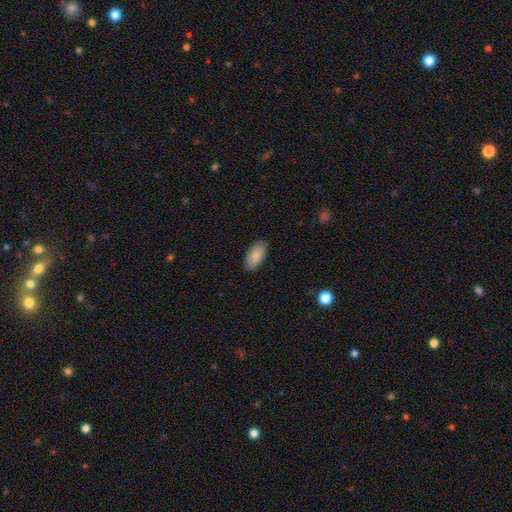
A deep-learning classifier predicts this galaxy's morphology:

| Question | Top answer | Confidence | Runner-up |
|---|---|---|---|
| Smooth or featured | smooth | 86% | featured or disk (8%) |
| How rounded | in between | 93% | cigar-shaped (4%) |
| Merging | none | 88% | minor disturbance (9%) |